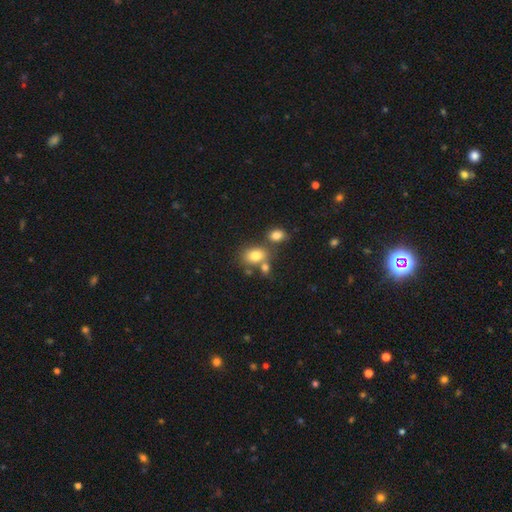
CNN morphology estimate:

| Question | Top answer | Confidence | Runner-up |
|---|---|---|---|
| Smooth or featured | smooth | 79% | star or artifact (11%) |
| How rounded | in between | 71% | round (28%) |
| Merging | none | 50% | merger (32%) |